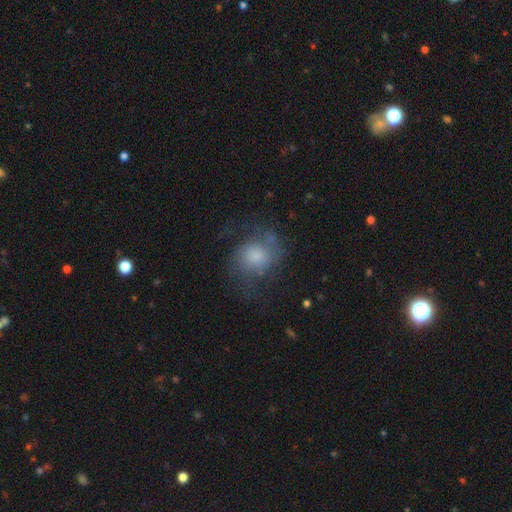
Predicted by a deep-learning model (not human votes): Smooth or featured? featured or disk (52%)
Edge-on disk? no (97%)
Bar? no (76%)
Spiral arms? yes (83%)
Bulge size? moderate (35%)
Merging? none (60%)